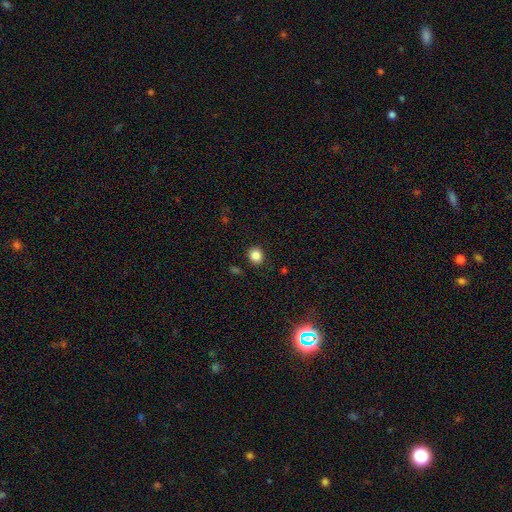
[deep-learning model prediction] smooth_or_featured: smooth (p=0.86) [alt: star or artifact p=0.11]
how_rounded: round (p=0.73) [alt: in between p=0.26]
merging: none (p=0.88) [alt: minor disturbance p=0.08]